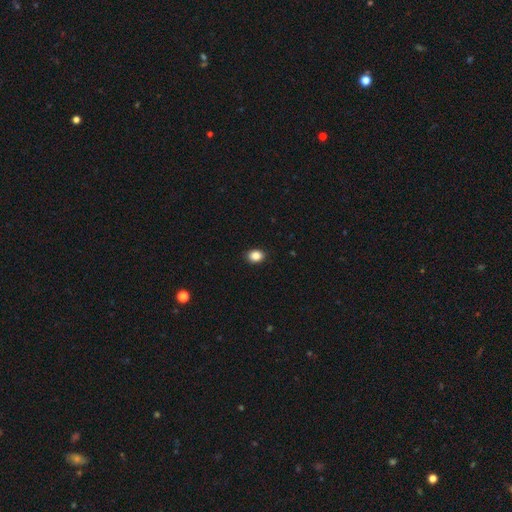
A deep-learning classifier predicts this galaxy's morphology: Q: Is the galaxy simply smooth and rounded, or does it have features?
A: smooth — 87%.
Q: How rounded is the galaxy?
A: in between — 54%.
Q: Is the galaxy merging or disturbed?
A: none — 90%.